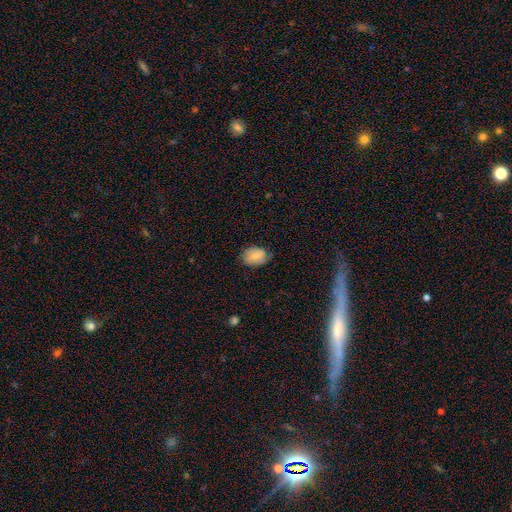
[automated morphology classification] Smooth or featured?
  - smooth: 72% *
  - featured or disk: 20%
  - star or artifact: 8%
How rounded?
  - in between: 73% *
  - round: 26%
  - cigar-shaped: 1%
Merging?
  - none: 70% *
  - minor disturbance: 24%
  - major disturbance: 5%
  - merger: 1%